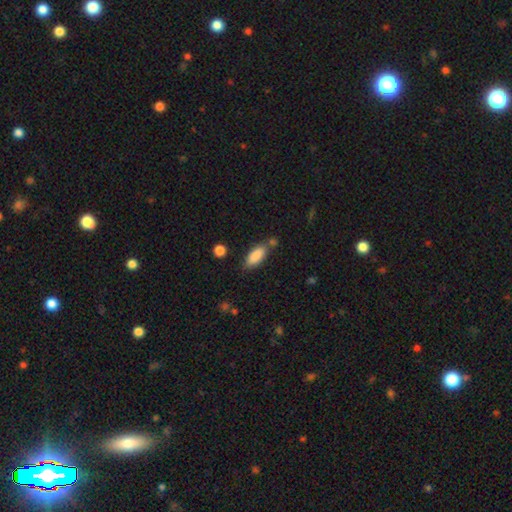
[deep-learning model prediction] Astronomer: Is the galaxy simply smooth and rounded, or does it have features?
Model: smooth — 87%.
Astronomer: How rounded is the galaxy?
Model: in between — 80%.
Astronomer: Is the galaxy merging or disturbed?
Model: none — 70%.